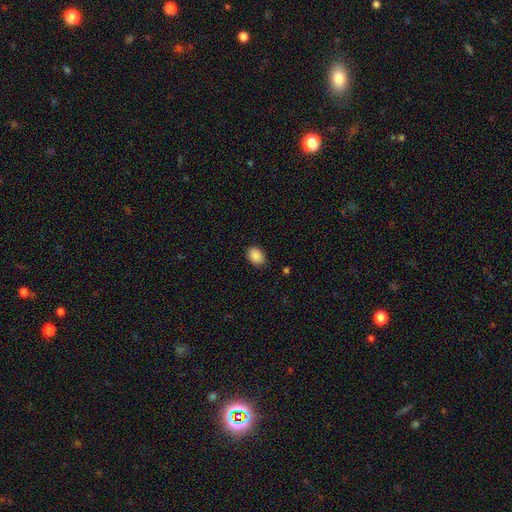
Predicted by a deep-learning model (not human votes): Smooth or featured? smooth (89%)
How rounded? in between (74%)
Merging? none (87%)